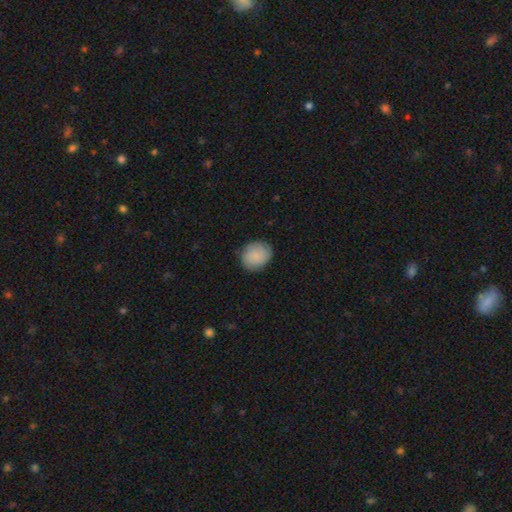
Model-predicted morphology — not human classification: This is clearly a smooth galaxy (84%). How rounded: likely round (63%). Merging: clearly none (82%).